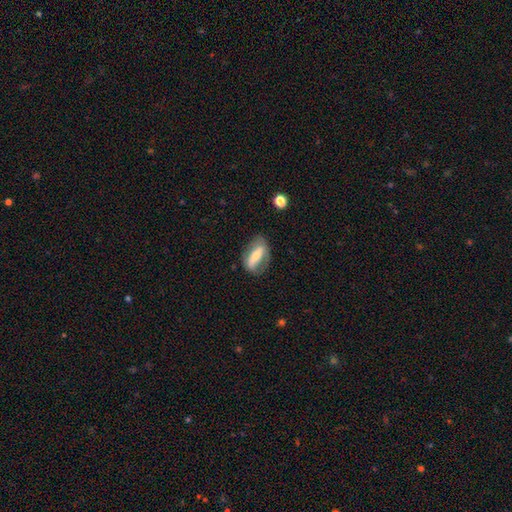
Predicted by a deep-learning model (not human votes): This appears to be a featured or disk galaxy (49%). Merging: none (70%).